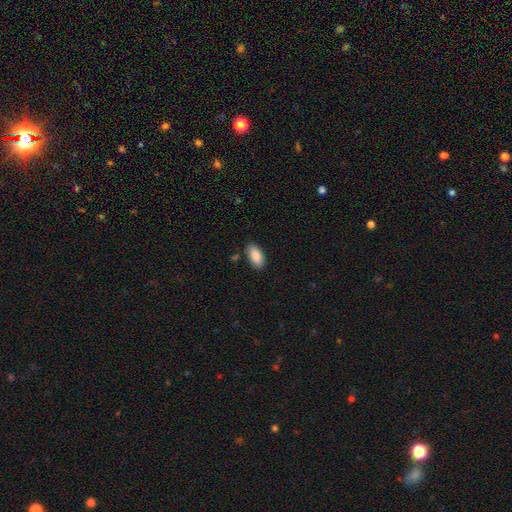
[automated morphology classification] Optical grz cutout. It shows a smooth galaxy with no disk features (89%) that is in between round and cigar-shaped (93%). Merging: none (85%).